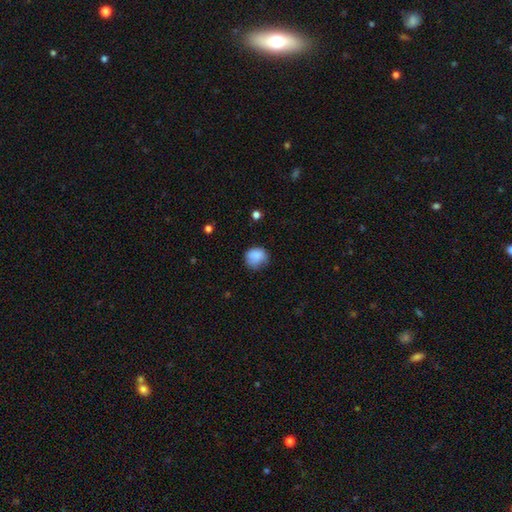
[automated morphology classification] smooth-or-featured: smooth: 84% | star or artifact: 8% | featured or disk: 7%
  how-rounded: round: 77% | in between: 22% | cigar-shaped: 1%
  merging: none: 61% | minor disturbance: 29% | major disturbance: 8% | merger: 2%